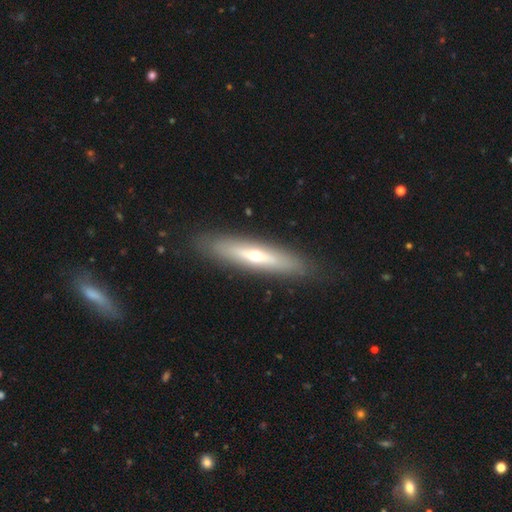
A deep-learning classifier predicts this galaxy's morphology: smooth_or_featured: featured or disk (p=0.53) [alt: smooth p=0.40]
disk_edge_on: yes (p=0.77) [alt: no p=0.23]
merging: none (p=0.88) [alt: minor disturbance p=0.09]